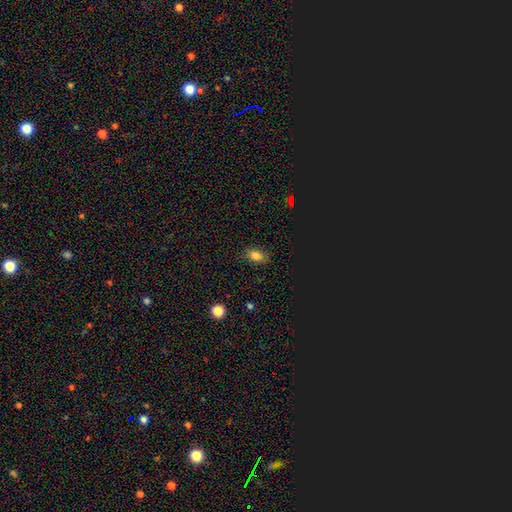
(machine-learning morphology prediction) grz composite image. It shows a smooth galaxy with no disk features (78%) that is in between round and cigar-shaped (82%). Merging: none (83%).